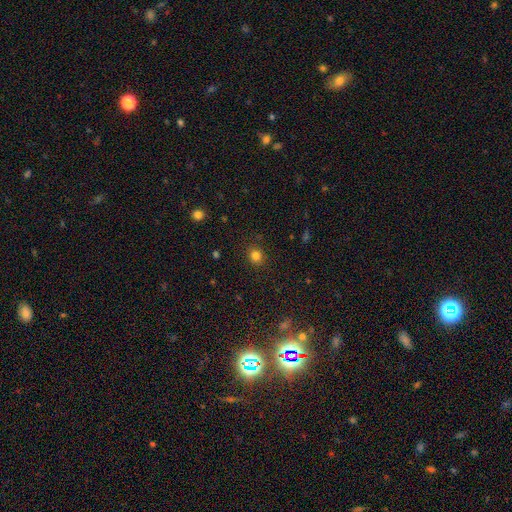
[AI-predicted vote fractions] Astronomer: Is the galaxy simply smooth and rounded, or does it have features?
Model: smooth — 81%.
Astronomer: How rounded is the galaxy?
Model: round — 84%.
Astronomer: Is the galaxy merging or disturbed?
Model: none — 90%.